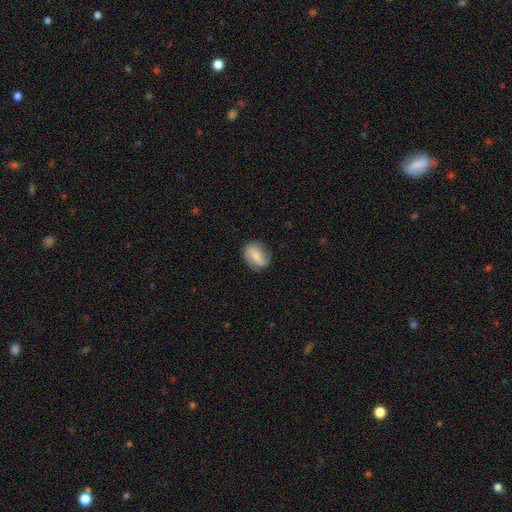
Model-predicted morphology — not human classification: The model was most divided on "smooth or featured": smooth: 53%, featured or disk: 39%, star or artifact: 8%. More confident: merging — none (76%); how rounded — in between (64%).